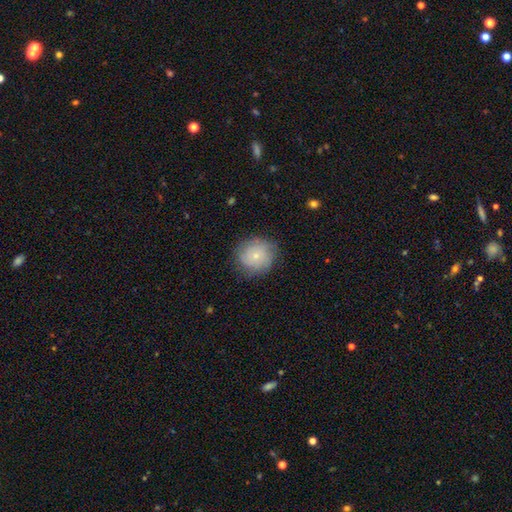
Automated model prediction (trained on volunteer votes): This appears to be a smooth galaxy with no disk features (70%) that is round (87%). Merging: none (78%).